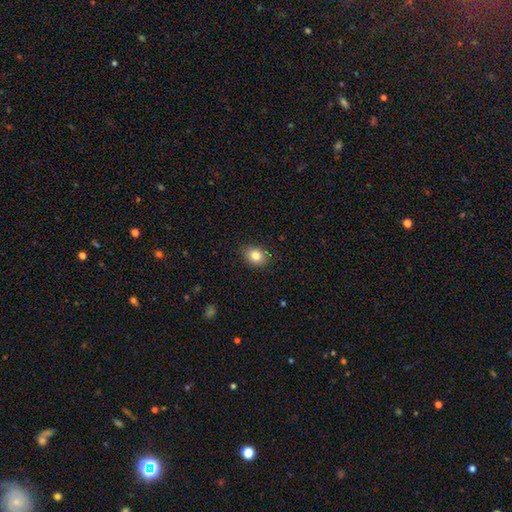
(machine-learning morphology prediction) Smooth or featured: smooth — 83% (star or artifact — 9%)
How rounded: in between — 60% (round — 39%)
Merging: none — 87% (minor disturbance — 10%)